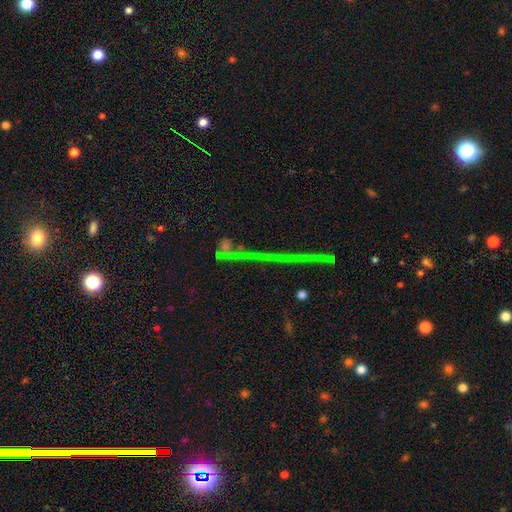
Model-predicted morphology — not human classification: A star or artifact, not a galaxy (71%).

Vote fractions:
- Smooth or featured? star or artifact: 71% / featured or disk: 17% / smooth: 12%